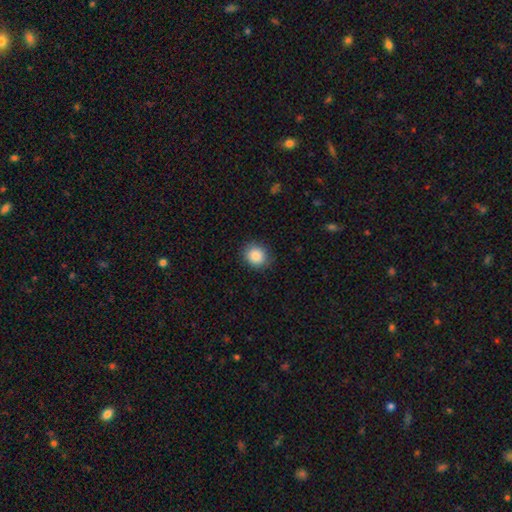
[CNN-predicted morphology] The model was most divided on "how rounded": round: 78%, in between: 21%, cigar-shaped: 1%. More confident: merging — none (88%); smooth or featured — smooth (87%).